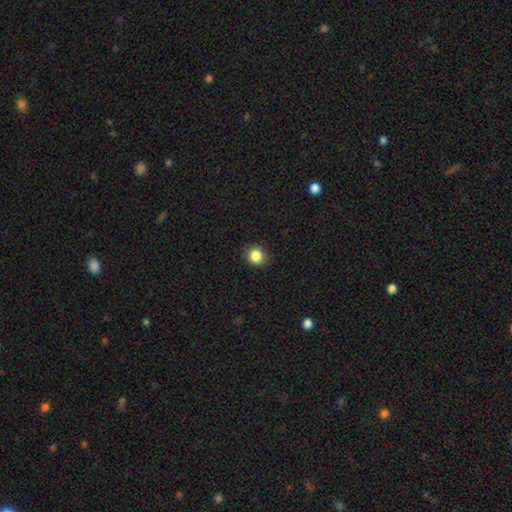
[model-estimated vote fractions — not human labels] This is clearly a smooth galaxy (85%). How rounded: clearly round (83%). Merging: clearly none (89%).